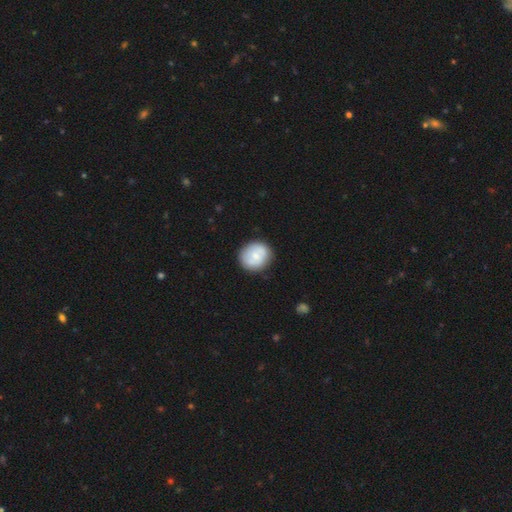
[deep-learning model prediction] A smooth galaxy with no disk features (70%) that is round (84%). Merging: none (85%).